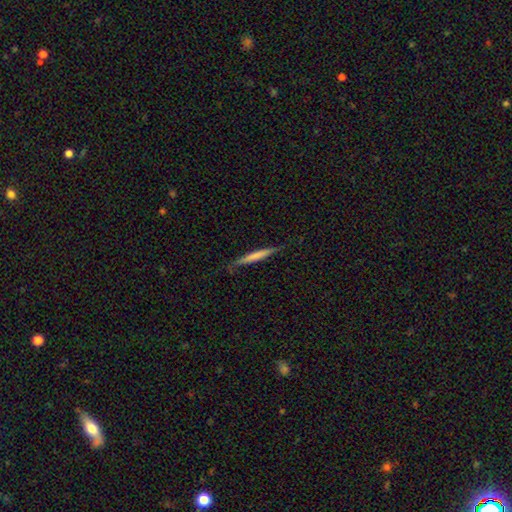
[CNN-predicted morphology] smooth 58%, featured or disk 36%, star or artifact 6%. Down the decision tree: how rounded — cigar-shaped (95%); merging — none (81%).